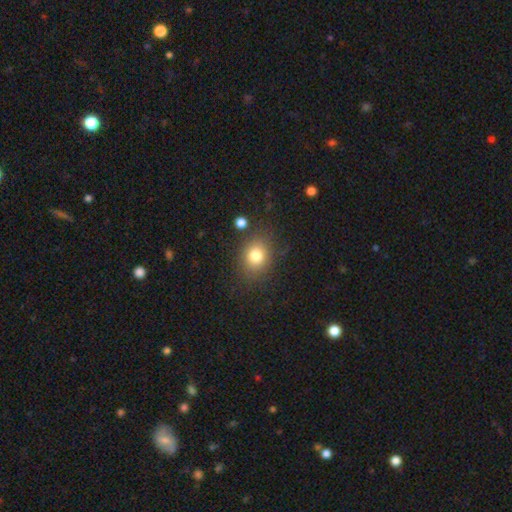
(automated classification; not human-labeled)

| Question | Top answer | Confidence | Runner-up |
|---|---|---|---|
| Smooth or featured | smooth | 79% | star or artifact (13%) |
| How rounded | round | 61% | in between (38%) |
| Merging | none | 81% | minor disturbance (11%) |